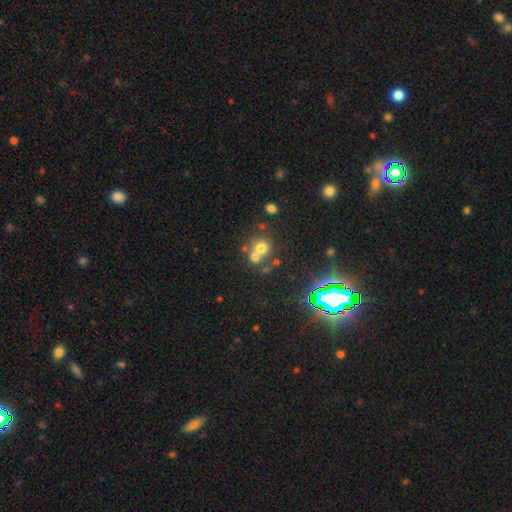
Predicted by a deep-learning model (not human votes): Q: Smooth or featured?
A: smooth (57%); runner-up: star or artifact (26%)
Q: How rounded?
A: round (82%); runner-up: in between (17%)
Q: Merging?
A: merger (46%); runner-up: none (43%)